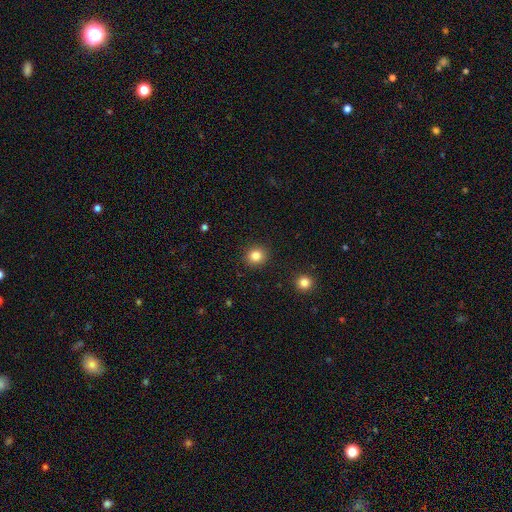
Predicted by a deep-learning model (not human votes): The model was most divided on "how rounded": round: 85%, in between: 14%, cigar-shaped: 1%. More confident: merging — none (91%); smooth or featured — smooth (84%).